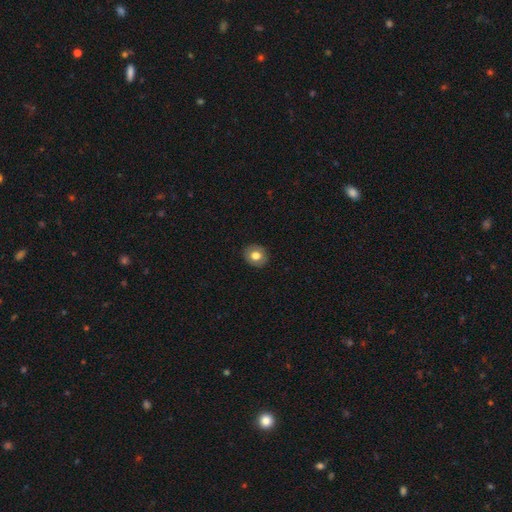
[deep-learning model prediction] smooth_or_featured: smooth (p=0.73) [alt: featured or disk p=0.19]
how_rounded: round (p=0.69) [alt: in between p=0.31]
merging: none (p=0.89) [alt: minor disturbance p=0.08]